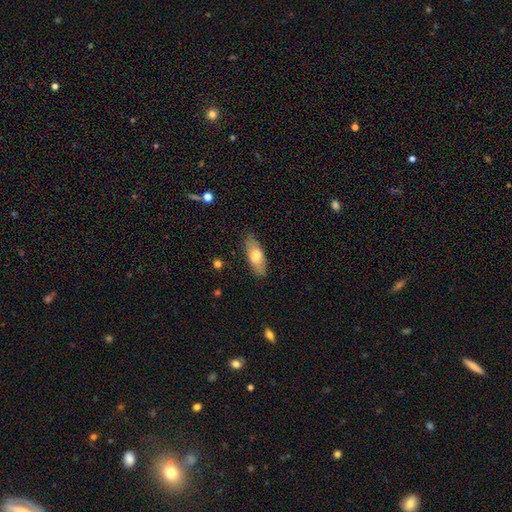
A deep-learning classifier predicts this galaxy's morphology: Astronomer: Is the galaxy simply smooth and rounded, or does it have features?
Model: smooth — 71%.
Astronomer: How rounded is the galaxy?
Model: in between — 75%.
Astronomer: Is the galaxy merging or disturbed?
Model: none — 84%.